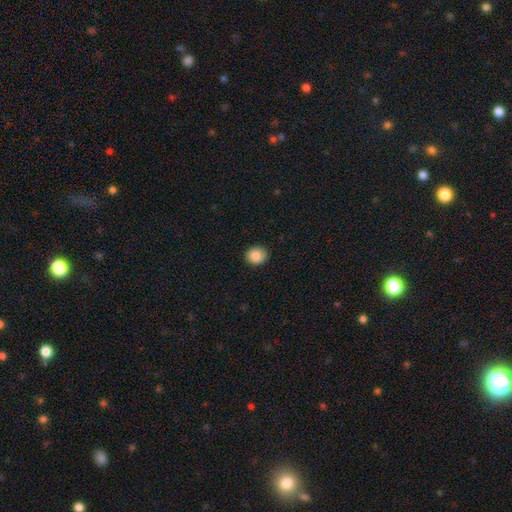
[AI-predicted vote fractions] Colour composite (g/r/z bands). It shows a smooth galaxy with no disk features (85%) that is round (76%). Merging: none (91%).